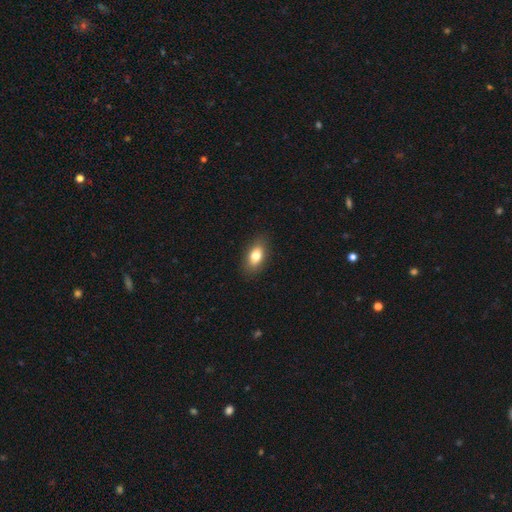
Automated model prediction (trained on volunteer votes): Smooth or featured?
  - smooth: 79% *
  - featured or disk: 13%
  - star or artifact: 8%
How rounded?
  - in between: 87% *
  - round: 9%
  - cigar-shaped: 5%
Merging?
  - none: 87% *
  - minor disturbance: 9%
  - major disturbance: 2%
  - merger: 1%